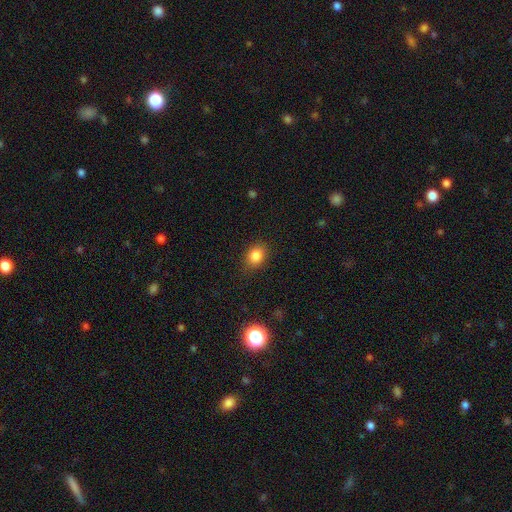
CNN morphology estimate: This appears to be a smooth galaxy with no disk features (84%) that is in between round and cigar-shaped (58%). Merging: none (83%).